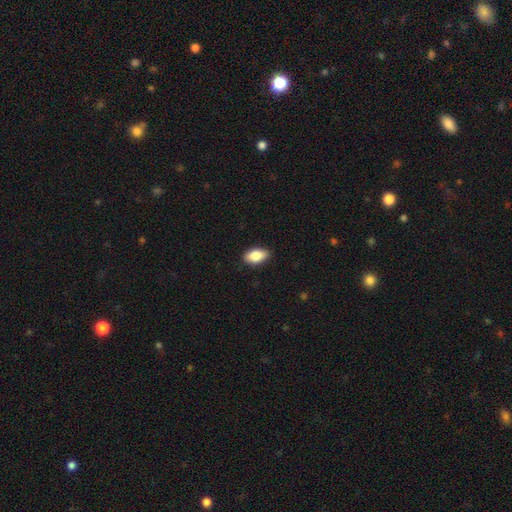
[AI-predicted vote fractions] This appears to be a smooth galaxy with no disk features (84%) that is in between round and cigar-shaped (91%). Merging: none (87%).